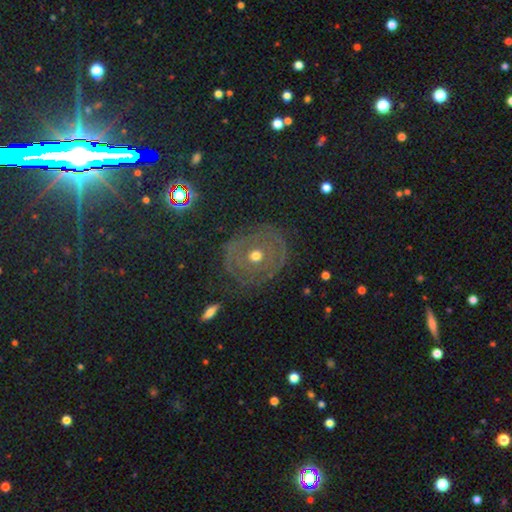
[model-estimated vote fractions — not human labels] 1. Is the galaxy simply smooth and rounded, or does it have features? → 67% featured or disk, 21% smooth, 11% star or artifact.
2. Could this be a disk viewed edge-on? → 96% no, 4% yes.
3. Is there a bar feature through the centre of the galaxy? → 87% no, 9% weak, 3% strong.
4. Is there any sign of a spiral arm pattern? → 59% yes, 41% no.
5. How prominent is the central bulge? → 70% moderate, 23% small, 4% large, 1% dominant, 1% none.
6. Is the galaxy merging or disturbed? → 76% none, 14% minor disturbance, 8% major disturbance, 2% merger.